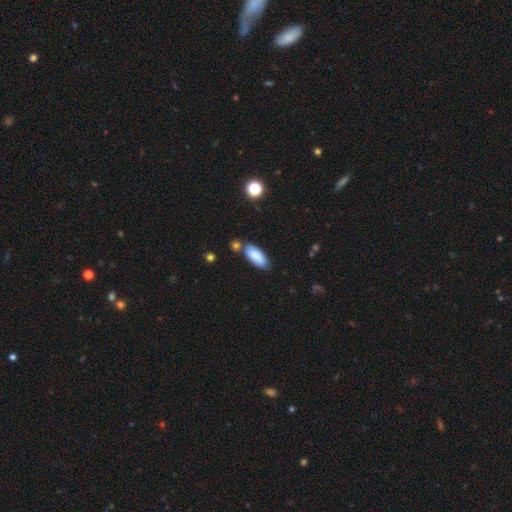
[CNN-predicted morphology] smooth-or-featured: smooth: 85% | featured or disk: 8% | star or artifact: 7%
  how-rounded: in between: 82% | cigar-shaped: 16% | round: 2%
  merging: none: 70% | minor disturbance: 15% | merger: 12% | major disturbance: 3%